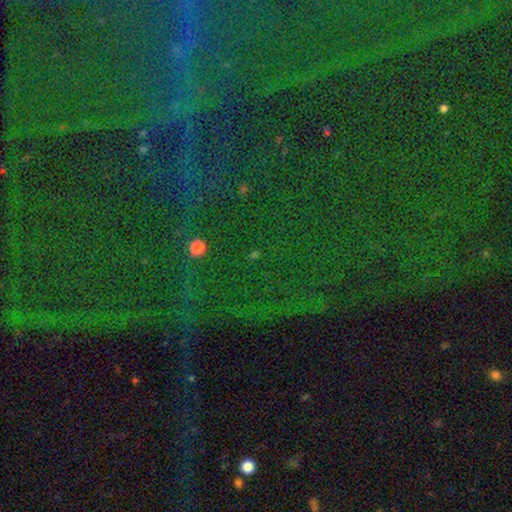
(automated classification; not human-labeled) This is clearly a star or artifact rather than a galaxy (81%).